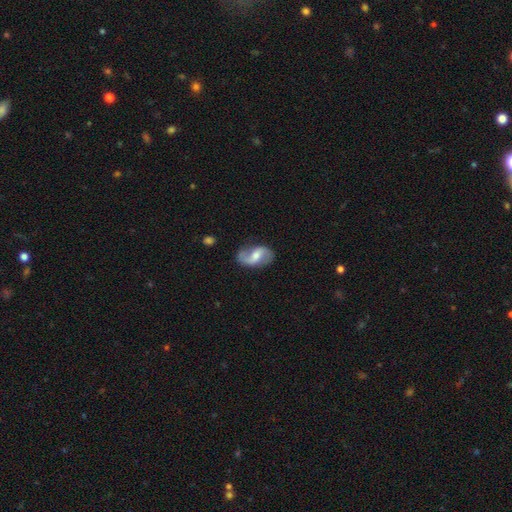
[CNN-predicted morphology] A featured or disk galaxy (78%) with a weak bar (49%), 2 (90%) loose (60%) spiral arms (93%) and a moderate central bulge (61%).

Vote fractions:
- Smooth or featured? featured or disk: 78% / smooth: 16% / star or artifact: 5%
- Edge-on disk? no: 97% / yes: 3%
- Bar? weak: 49% / no: 31% / strong: 20%
- Spiral arms? yes: 93% / no: 7%
- Spiral winding? loose: 60% / medium: 31% / tight: 9%
- Spiral arm count? 2: 90% / 1: 4% / can't tell: 3% / 3: 1% / 4: 1% / more than 4: 1%
- Bulge size? moderate: 61% / small: 29% / large: 6% / none: 3% / dominant: 1%
- Merging? none: 74% / minor disturbance: 17% / major disturbance: 6% / merger: 2%